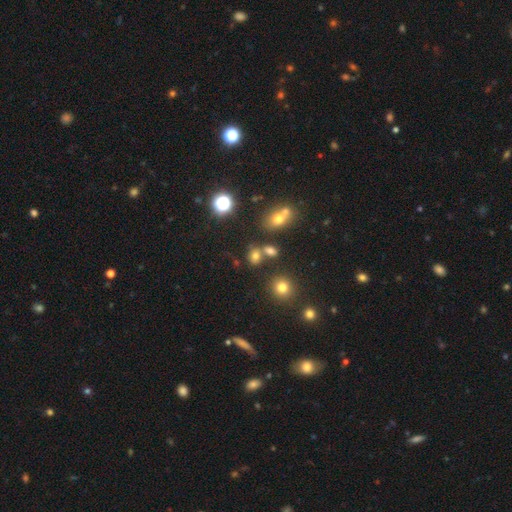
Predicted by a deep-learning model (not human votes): Smooth or featured?
  - smooth: 66% *
  - star or artifact: 23%
  - featured or disk: 12%
How rounded?
  - in between: 50% *
  - round: 48%
  - cigar-shaped: 2%
Merging?
  - none: 58% *
  - merger: 24%
  - minor disturbance: 12%
  - major disturbance: 6%